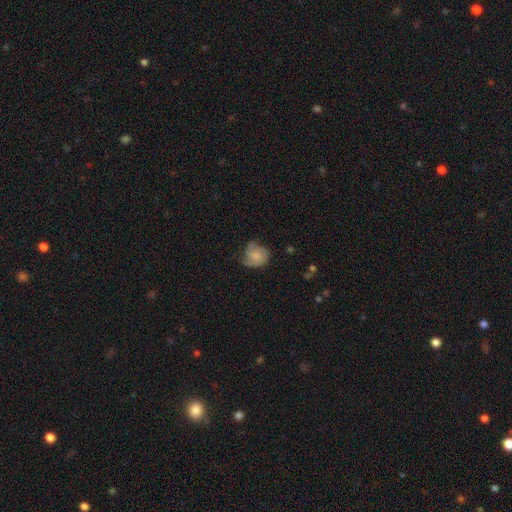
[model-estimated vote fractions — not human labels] The model was most divided on "merging": none: 47%, minor disturbance: 34%, major disturbance: 17%, merger: 2%. More confident: how rounded — round (70%); smooth or featured — smooth (56%).